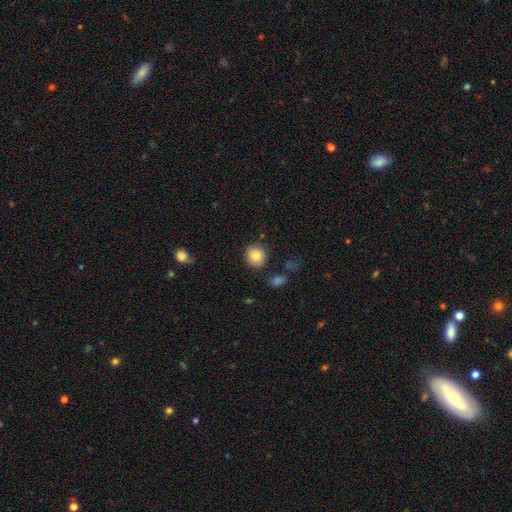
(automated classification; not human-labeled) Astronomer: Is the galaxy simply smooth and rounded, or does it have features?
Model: smooth — 81%.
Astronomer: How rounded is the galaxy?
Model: round — 86%.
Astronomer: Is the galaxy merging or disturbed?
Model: none — 84%.